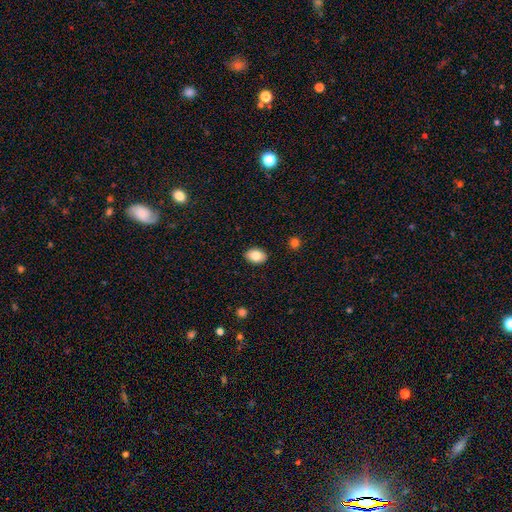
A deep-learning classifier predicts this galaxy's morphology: Q: Smooth or featured?
A: smooth (83%); runner-up: featured or disk (9%)
Q: How rounded?
A: in between (84%); runner-up: round (15%)
Q: Merging?
A: none (90%); runner-up: minor disturbance (7%)